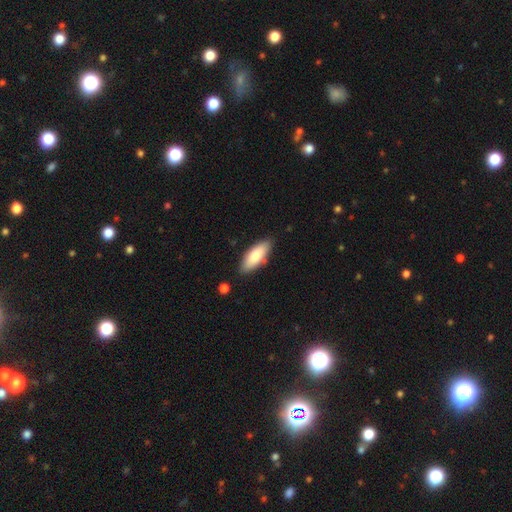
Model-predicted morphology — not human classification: Smooth or featured? Predicted: smooth (p=0.79). How rounded? Predicted: in between (p=0.75). Merging? Predicted: none (p=0.84).